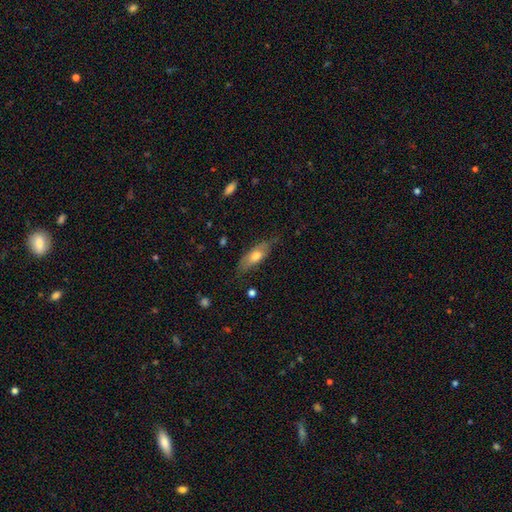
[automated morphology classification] This appears to be a smooth galaxy with no disk features (66%) that is in between round and cigar-shaped (71%). Merging: none (69%).